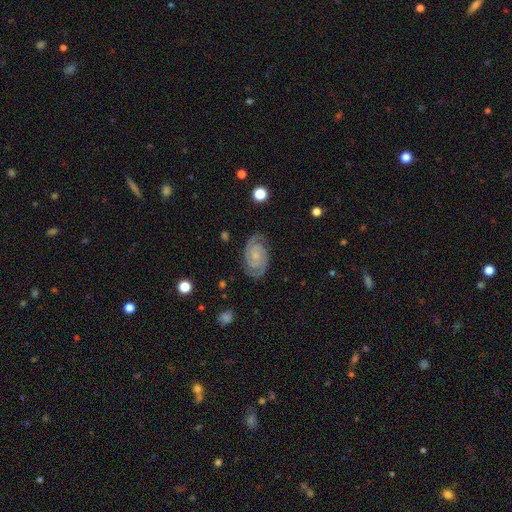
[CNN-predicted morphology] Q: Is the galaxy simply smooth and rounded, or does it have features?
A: featured or disk — 89%.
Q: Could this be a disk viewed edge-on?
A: no — 98%.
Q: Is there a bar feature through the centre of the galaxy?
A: no — 65%.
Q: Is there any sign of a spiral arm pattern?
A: yes — 98%.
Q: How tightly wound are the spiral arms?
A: tight — 69%.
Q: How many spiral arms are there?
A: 2 — 88%.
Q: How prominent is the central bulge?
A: small — 61%.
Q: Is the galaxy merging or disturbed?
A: none — 83%.